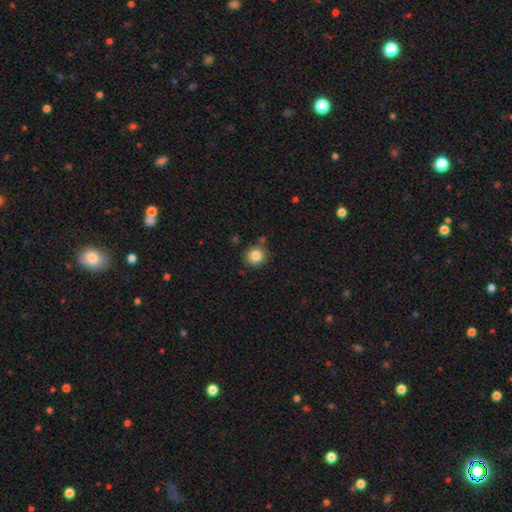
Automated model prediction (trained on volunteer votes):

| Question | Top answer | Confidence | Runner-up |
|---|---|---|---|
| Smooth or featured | smooth | 84% | star or artifact (10%) |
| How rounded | round | 88% | in between (11%) |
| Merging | none | 82% | minor disturbance (10%) |